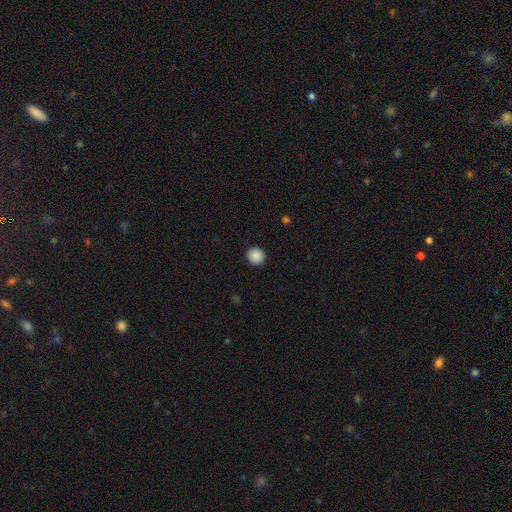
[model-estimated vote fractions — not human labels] Morphology: type=smooth (89%); roundness=round (92%); merging=none (92%).